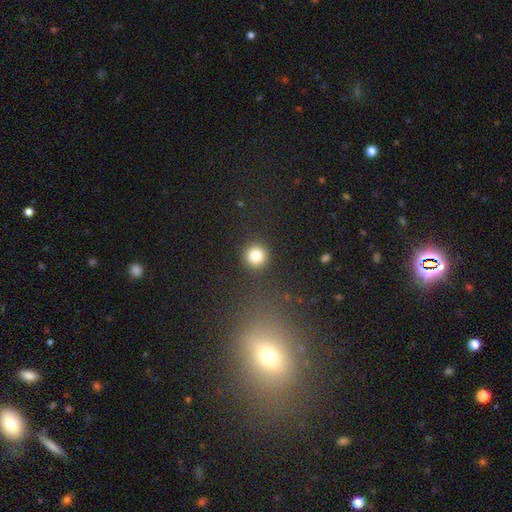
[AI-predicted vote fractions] smooth_or_featured: smooth (p=0.83) [alt: star or artifact p=0.11]
how_rounded: round (p=0.94) [alt: in between p=0.05]
merging: none (p=0.91) [alt: minor disturbance p=0.05]